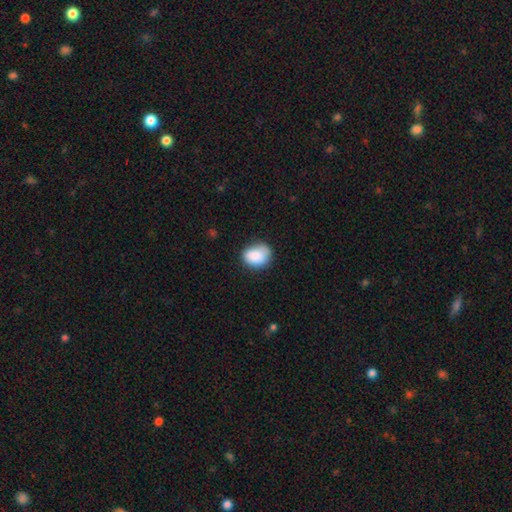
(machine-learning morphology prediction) Smooth or featured?
  - smooth: 86% *
  - star or artifact: 8%
  - featured or disk: 6%
How rounded?
  - in between: 52% *
  - round: 47%
  - cigar-shaped: 1%
Merging?
  - none: 70% *
  - minor disturbance: 23%
  - major disturbance: 5%
  - merger: 2%